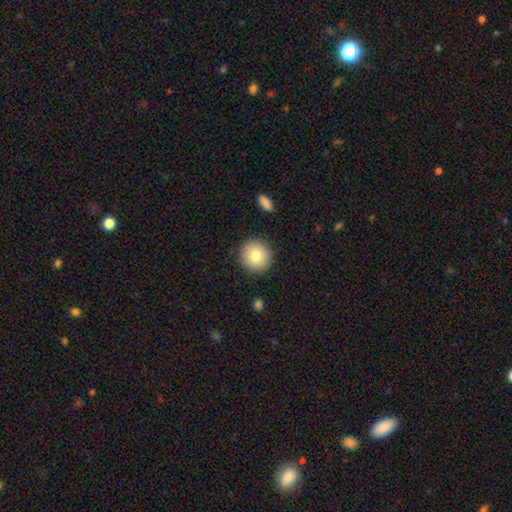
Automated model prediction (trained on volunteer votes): Smooth or featured: smooth — 80% (featured or disk — 12%)
How rounded: round — 93% (in between — 6%)
Merging: none — 91% (minor disturbance — 6%)